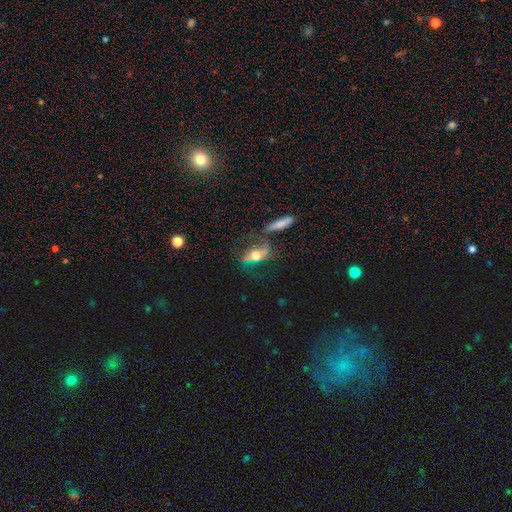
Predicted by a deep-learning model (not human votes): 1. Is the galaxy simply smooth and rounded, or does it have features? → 51% featured or disk, 33% smooth, 16% star or artifact.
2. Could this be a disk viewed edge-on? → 63% no, 37% yes.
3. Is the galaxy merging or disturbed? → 44% none, 21% major disturbance, 18% minor disturbance, 18% merger.